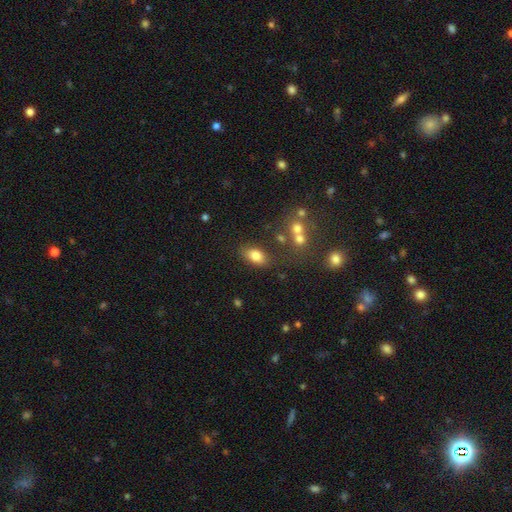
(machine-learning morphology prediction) Smooth or featured? Predicted: smooth (p=0.81). How rounded? Predicted: in between (p=0.88). Merging? Predicted: none (p=0.76).